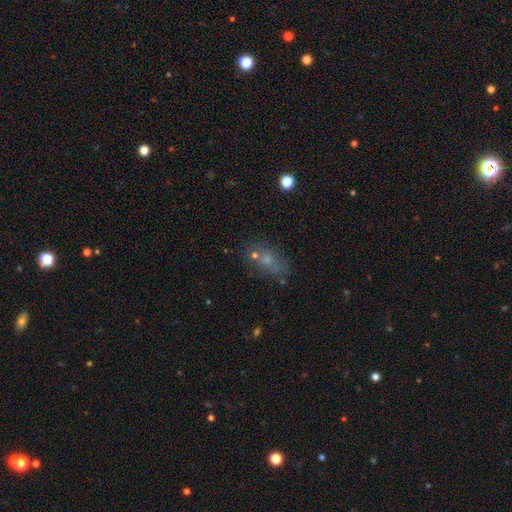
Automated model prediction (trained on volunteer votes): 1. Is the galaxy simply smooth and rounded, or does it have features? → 57% smooth, 22% star or artifact, 21% featured or disk.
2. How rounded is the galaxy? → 70% in between, 23% round, 7% cigar-shaped.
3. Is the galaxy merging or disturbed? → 60% none, 18% merger, 15% minor disturbance, 8% major disturbance.